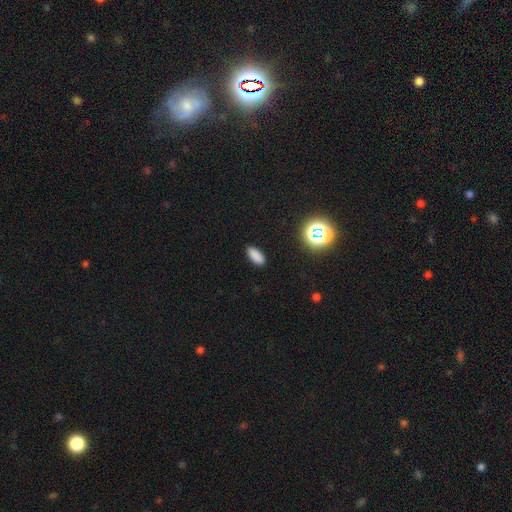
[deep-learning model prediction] Smooth or featured? smooth (83%)
How rounded? in between (83%)
Merging? none (89%)